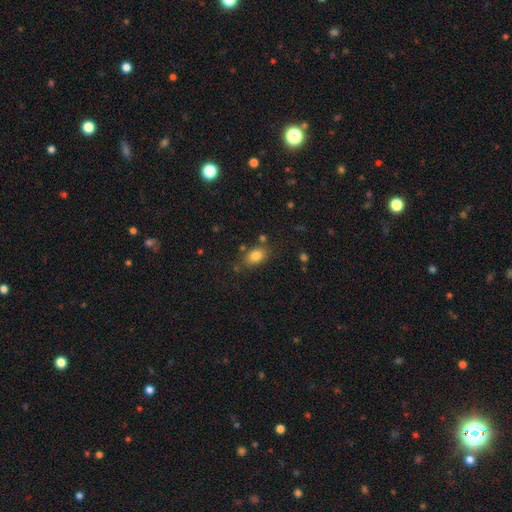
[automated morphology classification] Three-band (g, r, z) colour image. It shows a smooth galaxy with no disk features (82%) that is in between round and cigar-shaped (82%). Merging: none (77%).